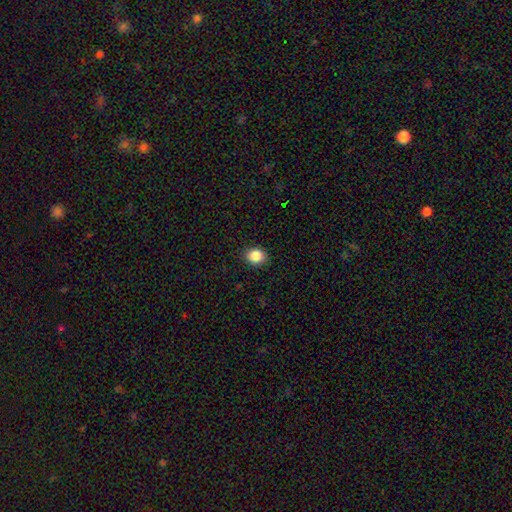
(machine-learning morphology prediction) smooth 88%, star or artifact 9%, featured or disk 3%. Down the decision tree: how rounded — round (58%); merging — none (89%).